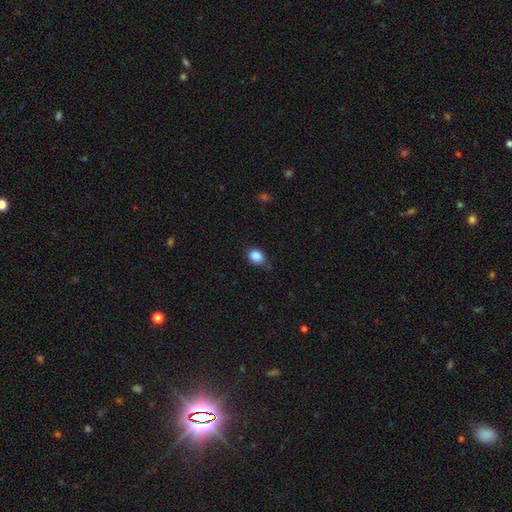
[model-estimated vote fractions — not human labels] smooth 87%, star or artifact 10%, featured or disk 4%. Down the decision tree: how rounded — in between (50%); merging — none (75%).